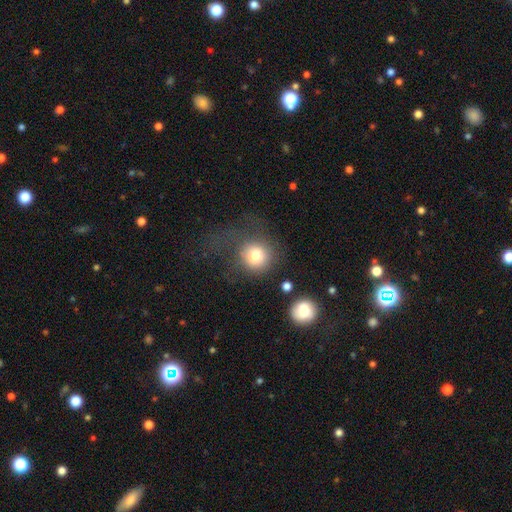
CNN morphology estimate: This is likely a smooth galaxy (76%). How rounded: clearly round (91%). Merging: likely none (60%).